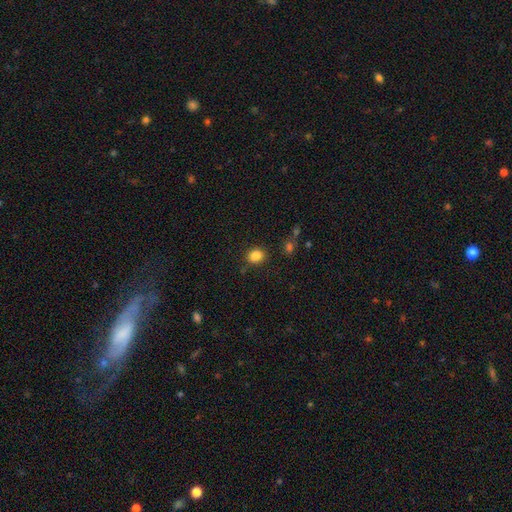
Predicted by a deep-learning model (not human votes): smooth-or-featured: smooth: 85% | star or artifact: 11% | featured or disk: 4%
  how-rounded: round: 64% | in between: 35% | cigar-shaped: 1%
  merging: none: 85% | minor disturbance: 10% | major disturbance: 3% | merger: 3%